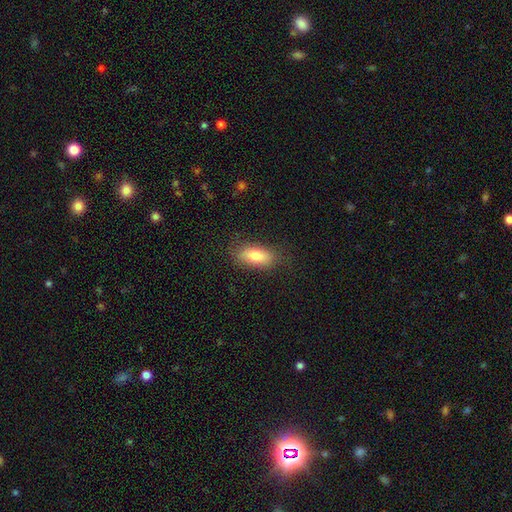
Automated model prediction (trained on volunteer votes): This appears to be a smooth galaxy with no disk features (77%) that is in between round and cigar-shaped (83%). Merging: none (80%).